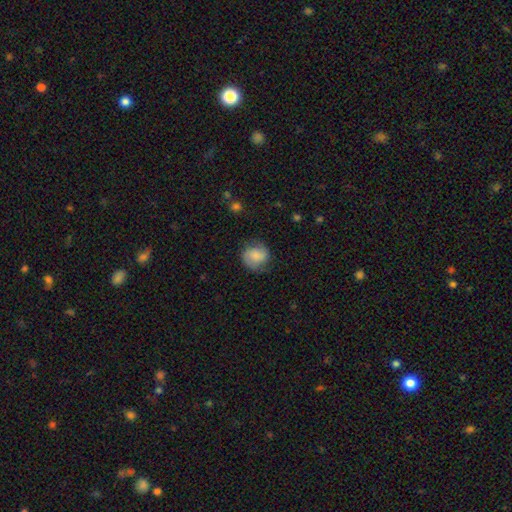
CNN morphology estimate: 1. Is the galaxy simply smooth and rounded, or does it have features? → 57% smooth, 35% featured or disk, 8% star or artifact.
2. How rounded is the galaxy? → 76% round, 23% in between, 1% cigar-shaped.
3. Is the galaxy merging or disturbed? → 70% none, 21% minor disturbance, 8% major disturbance, 1% merger.